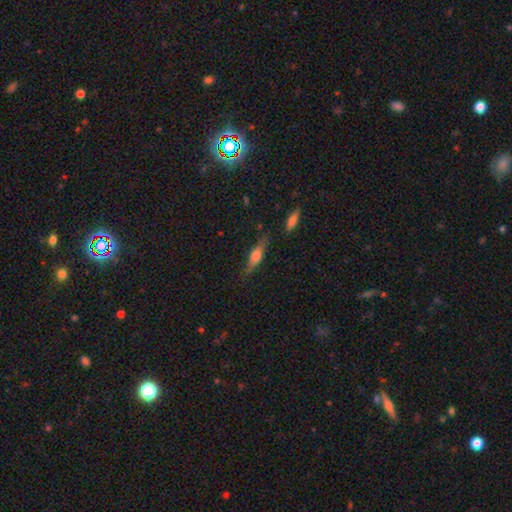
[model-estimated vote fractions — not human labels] smooth_or_featured: featured or disk (p=0.51) [alt: smooth p=0.41]
disk_edge_on: yes (p=0.94) [alt: no p=0.06]
merging: none (p=0.79) [alt: minor disturbance p=0.14]